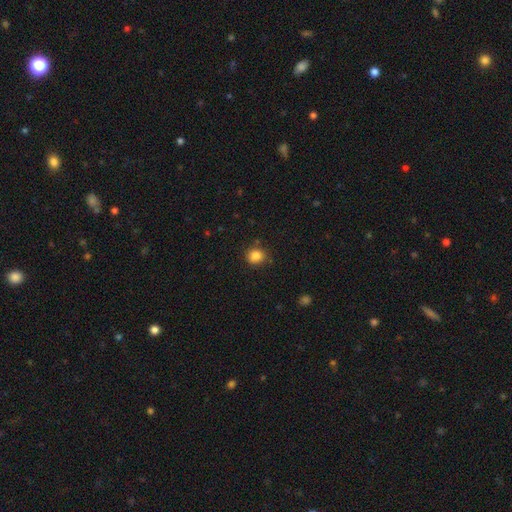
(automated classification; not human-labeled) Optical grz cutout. It shows a smooth galaxy with no disk features (85%) that is round (78%). Merging: none (83%).